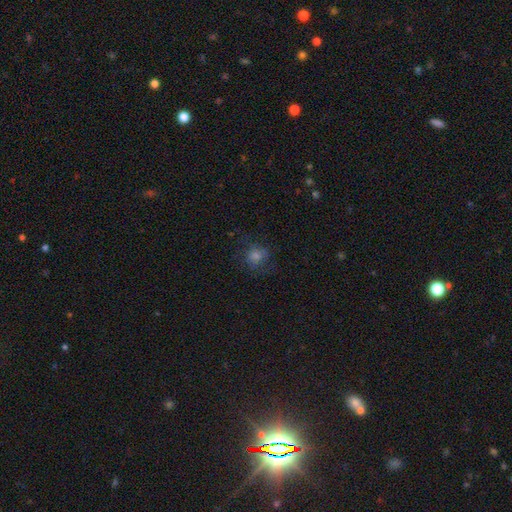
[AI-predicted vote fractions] Smooth or featured?
  - smooth: 60% *
  - star or artifact: 22%
  - featured or disk: 18%
How rounded?
  - round: 81% *
  - in between: 18%
  - cigar-shaped: 1%
Merging?
  - none: 70% *
  - minor disturbance: 17%
  - major disturbance: 12%
  - merger: 1%